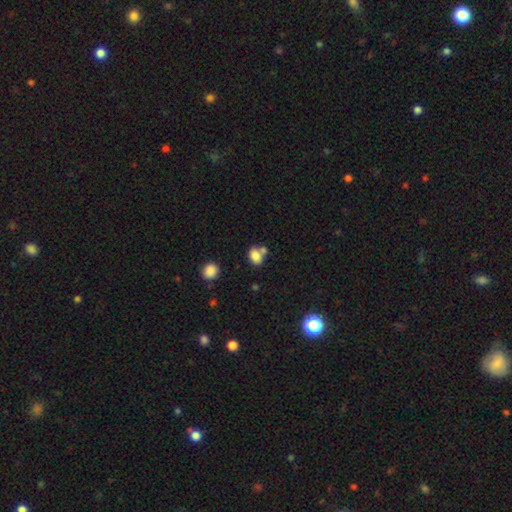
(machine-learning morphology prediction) smooth 82%, star or artifact 10%, featured or disk 8%. Down the decision tree: how rounded — in between (72%); merging — none (47%).